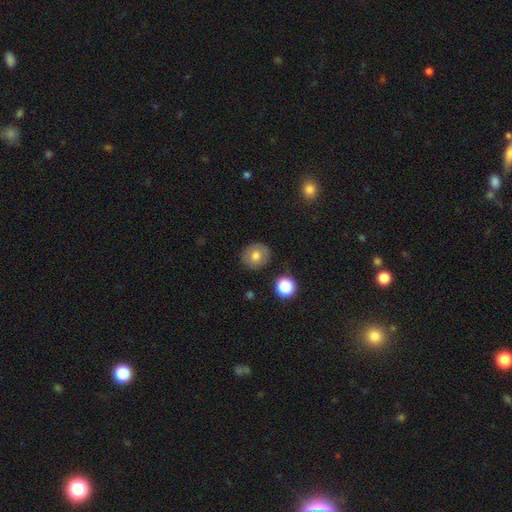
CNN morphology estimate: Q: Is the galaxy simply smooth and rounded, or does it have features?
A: smooth — 72%.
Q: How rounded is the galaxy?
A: round — 81%.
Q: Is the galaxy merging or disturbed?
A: none — 86%.